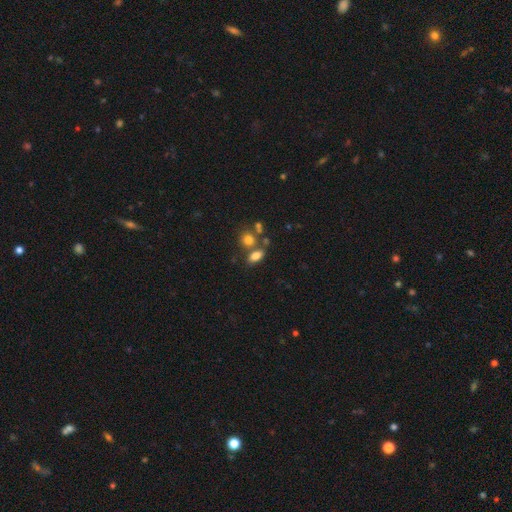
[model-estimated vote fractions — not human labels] Morphology: type=smooth (79%); roundness=in between (81%); merging=none (57%).